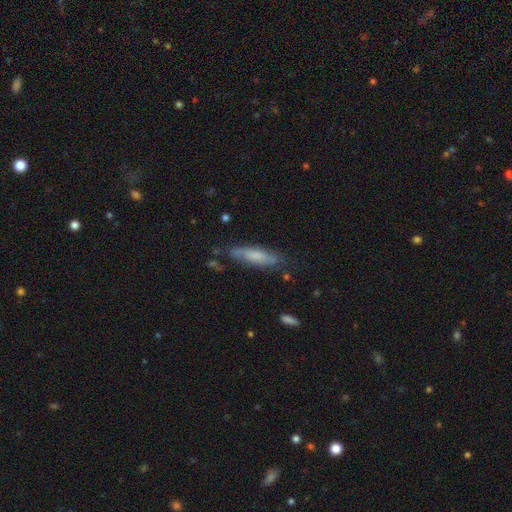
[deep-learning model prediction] A smooth galaxy with no disk features (59%) that is cigar-shaped (69%).

Vote fractions:
- Smooth or featured? smooth: 59% / featured or disk: 34% / star or artifact: 7%
- How rounded? cigar-shaped: 69% / in between: 29% / round: 2%
- Merging? none: 67% / minor disturbance: 22% / major disturbance: 7% / merger: 3%